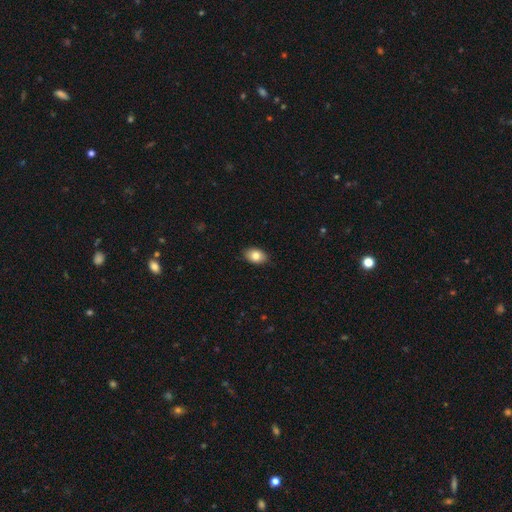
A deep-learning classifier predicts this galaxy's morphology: smooth 82%, featured or disk 10%, star or artifact 8%. Down the decision tree: how rounded — in between (84%); merging — none (86%).